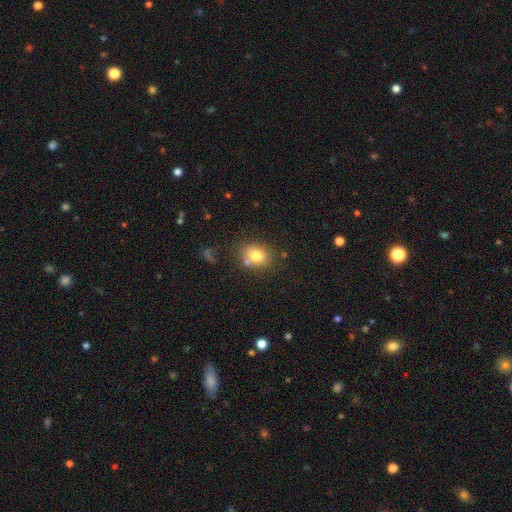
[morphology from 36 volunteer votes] smooth-or-featured: smooth: 75% | featured or disk: 25% | star or artifact: 0%
  how-rounded: round: 67% | in between: 33% | cigar-shaped: 0%
  merging: none: 64% | minor disturbance: 19% | major disturbance: 8% | merger: 8%